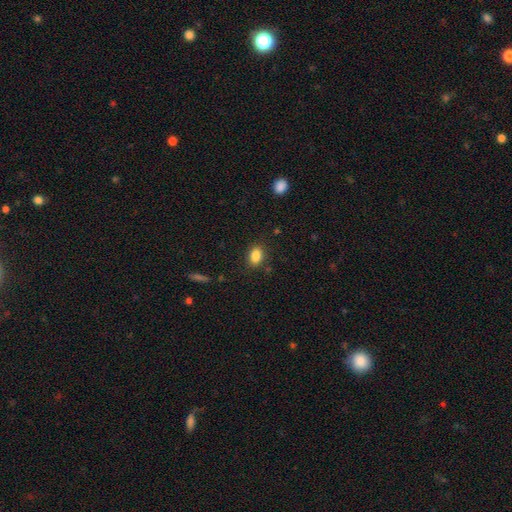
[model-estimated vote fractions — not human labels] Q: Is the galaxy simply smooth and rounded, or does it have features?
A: smooth — 85%.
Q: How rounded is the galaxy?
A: in between — 78%.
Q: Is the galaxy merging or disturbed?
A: none — 84%.